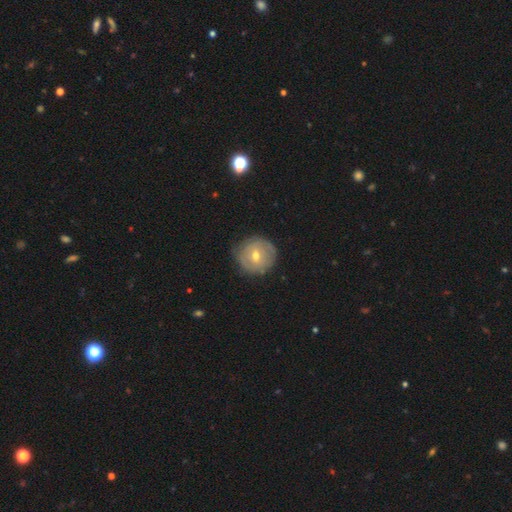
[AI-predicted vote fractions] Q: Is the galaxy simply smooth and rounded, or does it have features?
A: smooth — 50%.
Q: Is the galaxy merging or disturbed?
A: none — 75%.